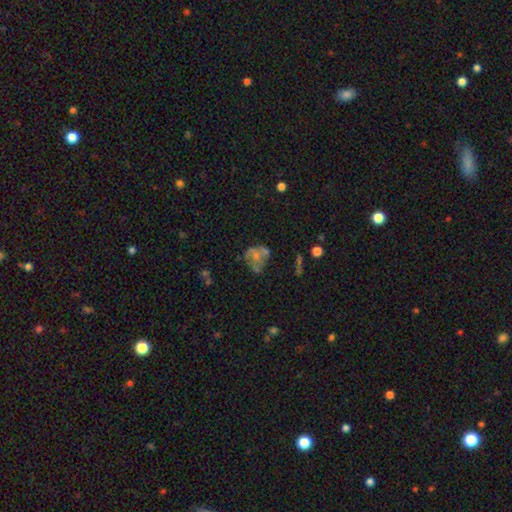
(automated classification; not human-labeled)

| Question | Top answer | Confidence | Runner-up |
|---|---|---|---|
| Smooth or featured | featured or disk | 37% | tied: smooth (37%) |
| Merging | none | 40% | major disturbance (22%) |